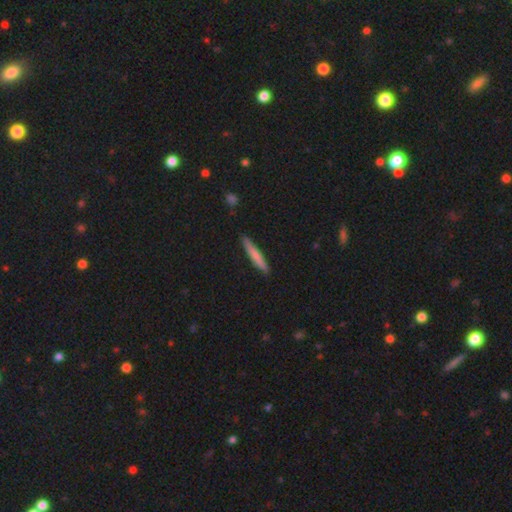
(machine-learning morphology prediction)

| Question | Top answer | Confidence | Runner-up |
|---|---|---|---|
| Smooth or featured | smooth | 71% | featured or disk (24%) |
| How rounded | cigar-shaped | 94% | in between (4%) |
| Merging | none | 89% | minor disturbance (8%) |